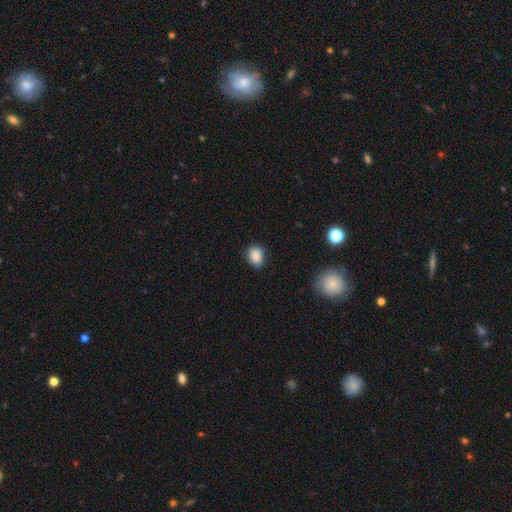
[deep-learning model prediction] A smooth galaxy with no disk features (84%) that is in between round and cigar-shaped (58%). Merging: none (77%).